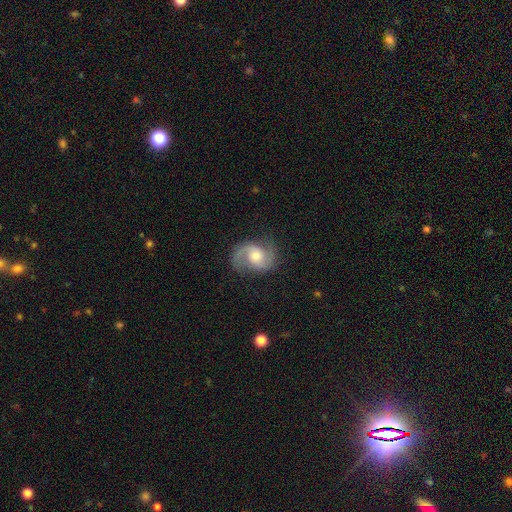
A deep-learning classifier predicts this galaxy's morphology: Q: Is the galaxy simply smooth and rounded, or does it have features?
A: featured or disk — 87%.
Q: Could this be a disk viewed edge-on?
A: no — 98%.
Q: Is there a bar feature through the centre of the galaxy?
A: no — 56%.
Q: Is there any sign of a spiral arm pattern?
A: yes — 97%.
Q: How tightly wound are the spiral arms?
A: medium — 55%.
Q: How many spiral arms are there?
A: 2 — 91%.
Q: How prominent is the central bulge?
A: moderate — 61%.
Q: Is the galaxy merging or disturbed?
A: none — 78%.